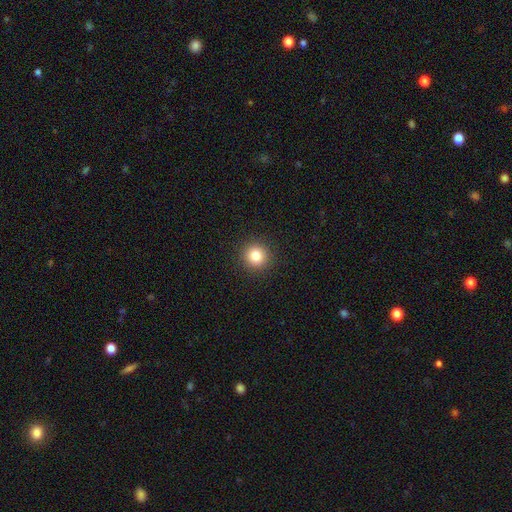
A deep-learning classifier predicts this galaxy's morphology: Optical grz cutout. It shows a smooth galaxy with no disk features (83%) that is round (94%). Merging: none (92%).